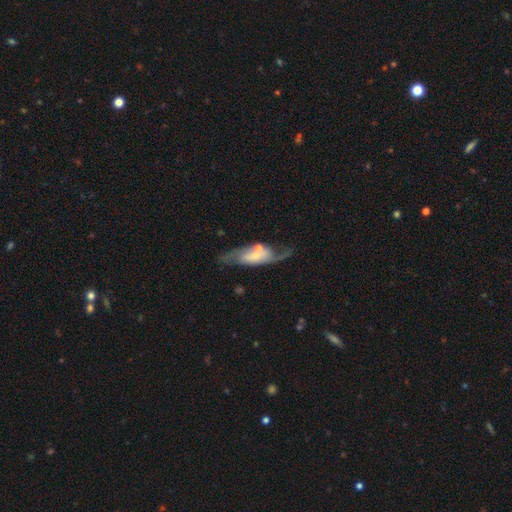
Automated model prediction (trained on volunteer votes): Smooth or featured?
  - featured or disk: 70% *
  - smooth: 24%
  - star or artifact: 6%
Edge-on disk?
  - no: 88% *
  - yes: 12%
Bar?
  - no: 55% *
  - weak: 32%
  - strong: 13%
Spiral arms?
  - yes: 87% *
  - no: 13%
Spiral winding?
  - loose: 48% *
  - medium: 37%
  - tight: 15%
Spiral arm count?
  - 2: 79% *
  - can't tell: 10%
  - 1: 8%
  - 3: 1%
  - 4: 1%
  - more than 4: 1%
Bulge size?
  - small: 60% *
  - moderate: 27%
  - none: 8%
  - large: 4%
  - dominant: 2%
Merging?
  - none: 47% *
  - minor disturbance: 19%
  - merger: 19%
  - major disturbance: 15%